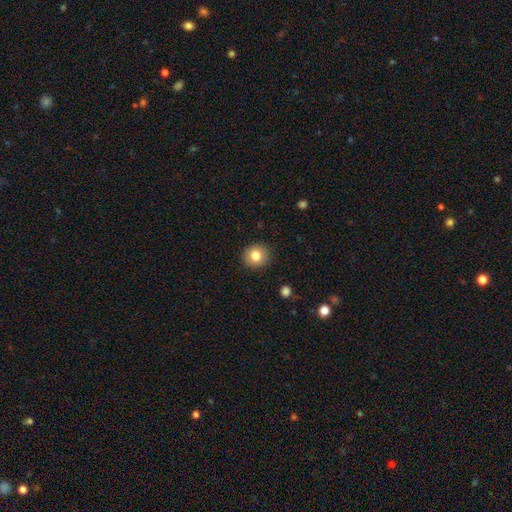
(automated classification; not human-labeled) This appears to be a smooth galaxy with no disk features (82%) that is round (88%). Merging: none (90%).